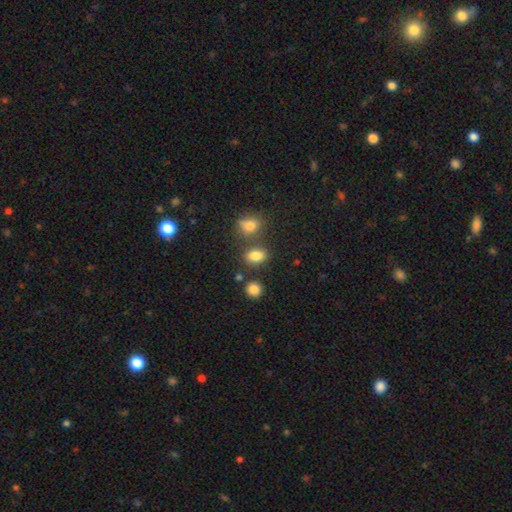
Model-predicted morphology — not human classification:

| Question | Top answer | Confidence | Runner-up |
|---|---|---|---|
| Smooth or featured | smooth | 82% | star or artifact (12%) |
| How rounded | in between | 75% | round (23%) |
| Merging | none | 70% | merger (14%) |